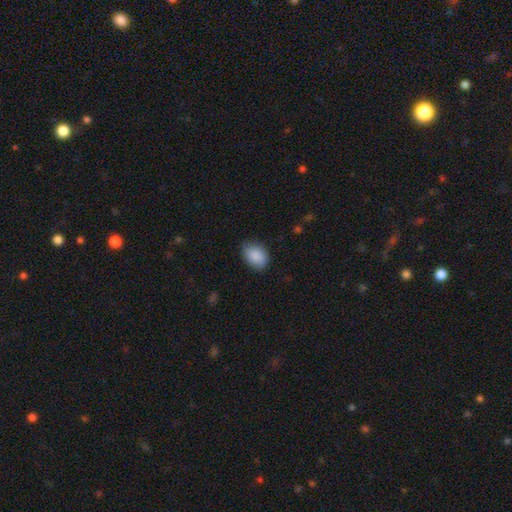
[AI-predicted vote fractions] smooth 89%, star or artifact 6%, featured or disk 4%. Down the decision tree: how rounded — in between (82%); merging — none (78%).